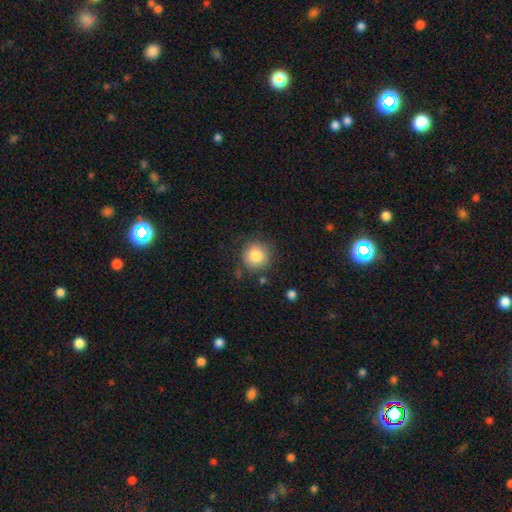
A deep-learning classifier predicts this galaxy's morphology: Overall: smooth (83%). How rounded: round (93%). Merging: none (82%).